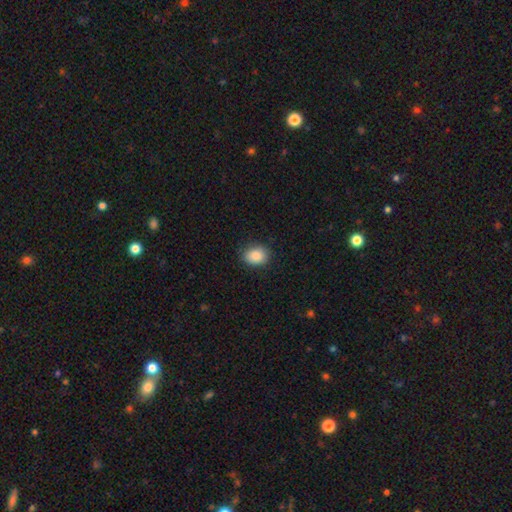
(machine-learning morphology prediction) This is clearly a smooth galaxy (88%). How rounded: possibly in between (58%). Merging: clearly none (84%).